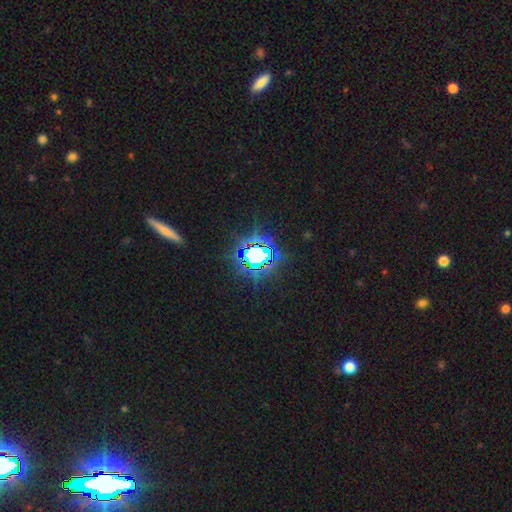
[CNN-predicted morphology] Smooth or featured? star or artifact (77%)